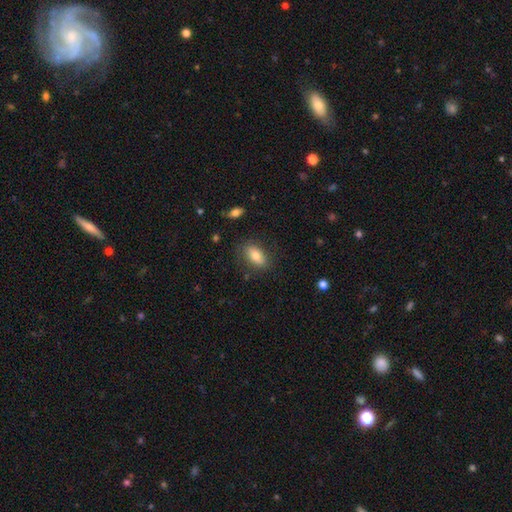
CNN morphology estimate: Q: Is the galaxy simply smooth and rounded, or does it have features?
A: smooth — 78%.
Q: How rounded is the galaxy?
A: in between — 88%.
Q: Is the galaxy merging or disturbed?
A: none — 80%.